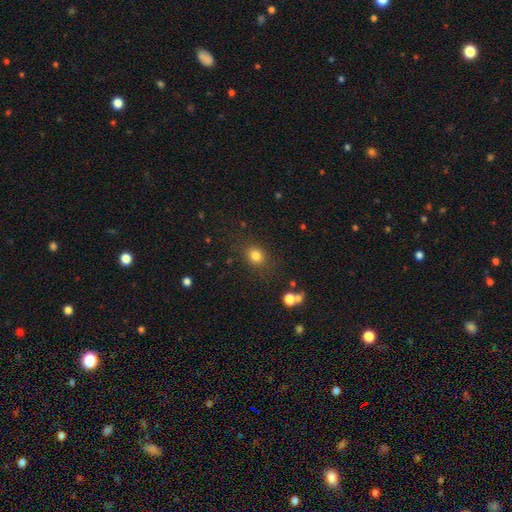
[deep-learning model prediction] smooth_or_featured: smooth (p=0.81) [alt: star or artifact p=0.13]
how_rounded: round (p=0.66) [alt: in between p=0.33]
merging: none (p=0.81) [alt: minor disturbance p=0.11]